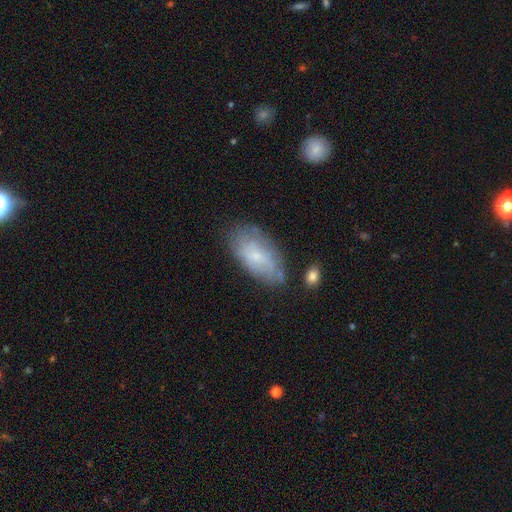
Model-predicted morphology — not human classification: A smooth galaxy with no disk features (58%) that is in between round and cigar-shaped (92%). Merging: none (65%).